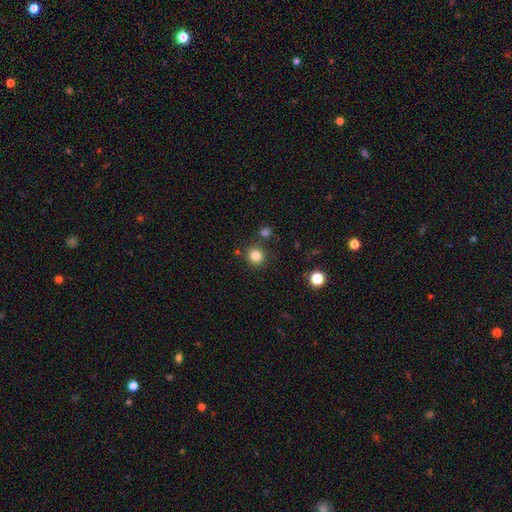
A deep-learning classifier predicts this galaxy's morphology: A smooth galaxy with no disk features (83%) that is round (93%). Merging: none (86%).